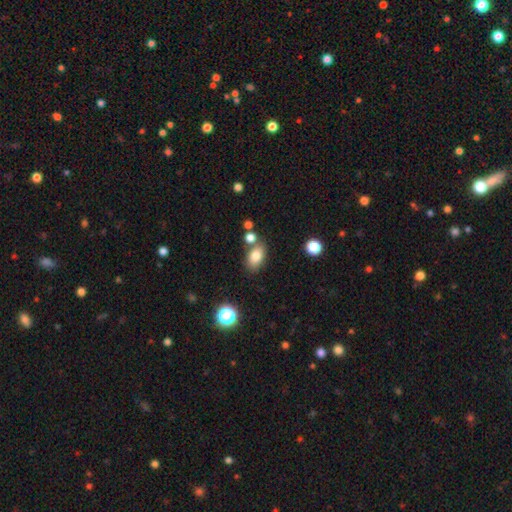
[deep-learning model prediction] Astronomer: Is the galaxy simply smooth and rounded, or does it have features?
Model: smooth — 81%.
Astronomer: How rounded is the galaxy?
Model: in between — 85%.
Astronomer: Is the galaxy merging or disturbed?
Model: none — 70%.